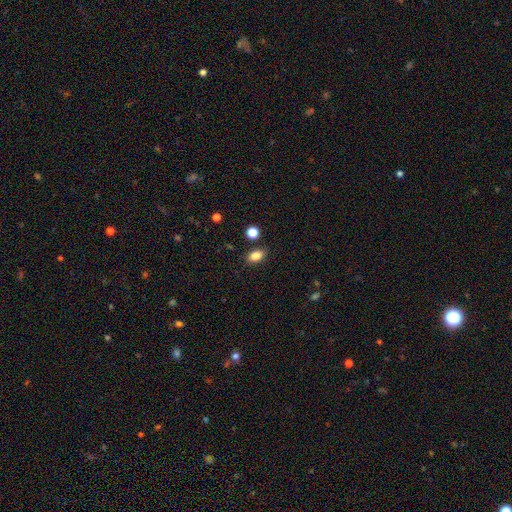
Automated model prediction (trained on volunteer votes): smooth-or-featured: smooth: 84% | star or artifact: 10% | featured or disk: 6%
  how-rounded: in between: 85% | round: 12% | cigar-shaped: 3%
  merging: none: 83% | minor disturbance: 10% | merger: 4% | major disturbance: 3%